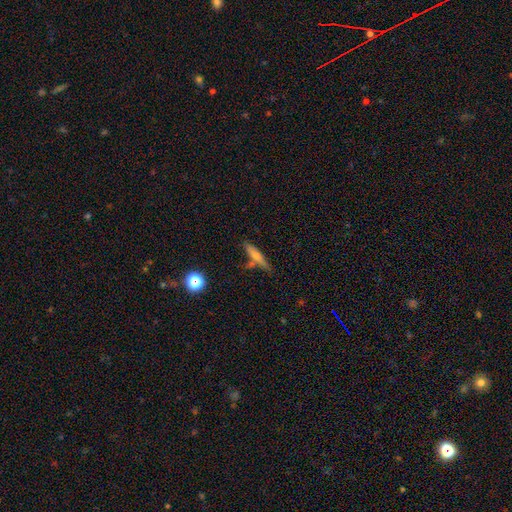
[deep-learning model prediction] smooth_or_featured: smooth (p=0.49) [alt: featured or disk p=0.41]
merging: none (p=0.72) [alt: minor disturbance p=0.15]